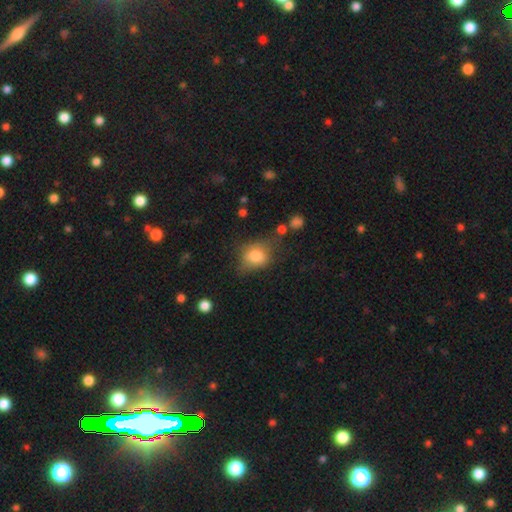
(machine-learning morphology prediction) smooth-or-featured: smooth: 79% | featured or disk: 11% | star or artifact: 10%
  how-rounded: in between: 53% | round: 46% | cigar-shaped: 1%
  merging: none: 54% | minor disturbance: 28% | major disturbance: 13% | merger: 6%